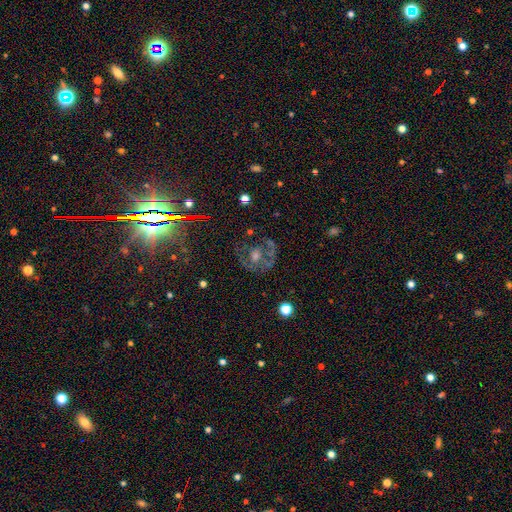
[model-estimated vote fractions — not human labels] This is likely a featured or disk galaxy (60%). It is clearly not viewed edge-on (96%). Bar: likely no (73%). Spiral arm pattern: possibly no (53%). Central bulge: possibly moderate (51%). Merging: possibly none (59%).